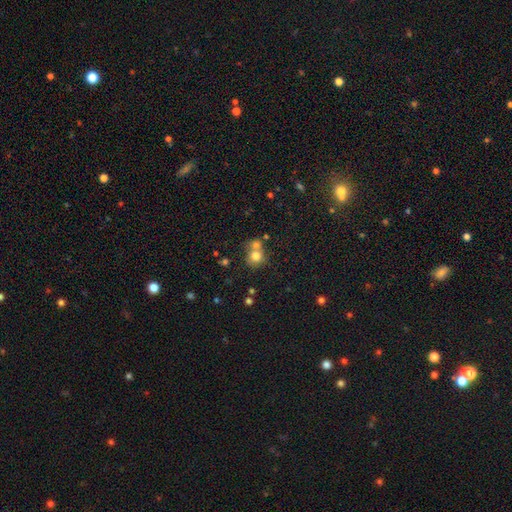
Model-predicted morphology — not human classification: A smooth galaxy with no disk features (76%) that is round (81%). Merging: merger (47%).